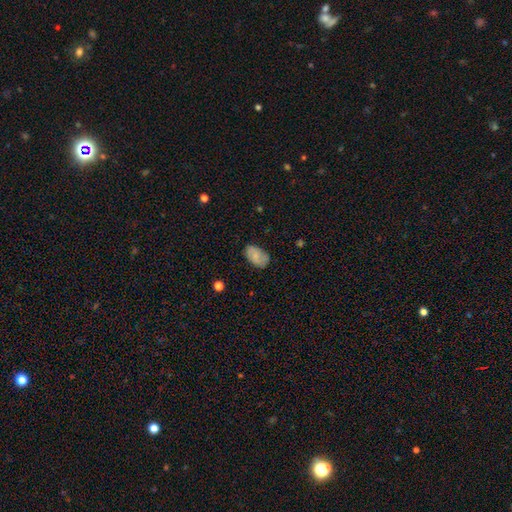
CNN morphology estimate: Overall: smooth (74%). How rounded: in between (92%). Merging: none (75%).